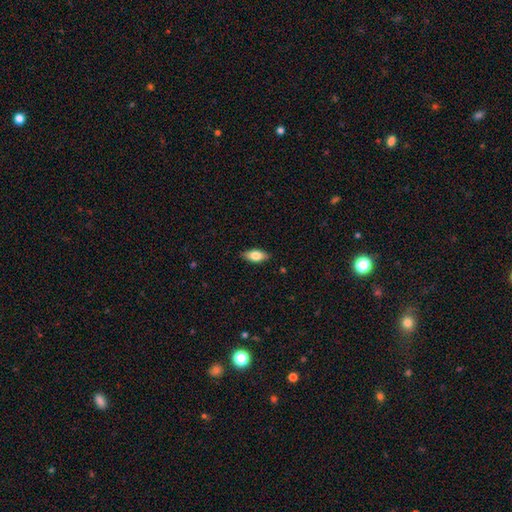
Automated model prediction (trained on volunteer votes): A smooth galaxy with no disk features (77%) that is in between round and cigar-shaped (86%).

Vote fractions:
- Smooth or featured? smooth: 77% / featured or disk: 16% / star or artifact: 7%
- How rounded? in between: 86% / cigar-shaped: 11% / round: 3%
- Merging? none: 87% / minor disturbance: 10% / major disturbance: 2% / merger: 1%